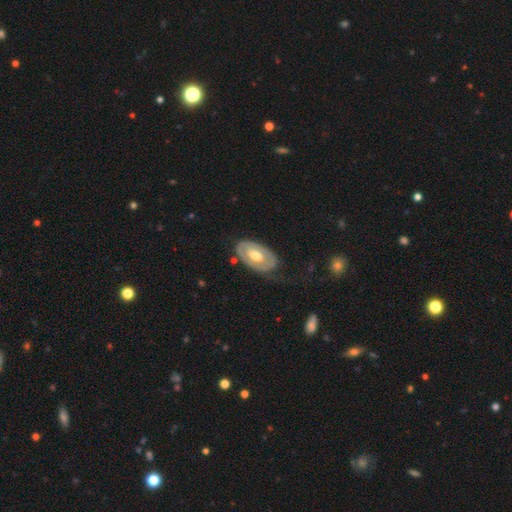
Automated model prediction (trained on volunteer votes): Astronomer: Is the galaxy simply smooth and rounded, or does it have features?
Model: featured or disk — 62%.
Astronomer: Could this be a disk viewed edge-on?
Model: no — 91%.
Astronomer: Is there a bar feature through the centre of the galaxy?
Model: no — 66%.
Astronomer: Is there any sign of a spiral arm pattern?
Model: no — 63%.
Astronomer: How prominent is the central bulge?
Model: moderate — 72%.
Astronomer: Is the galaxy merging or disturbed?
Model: none — 65%.